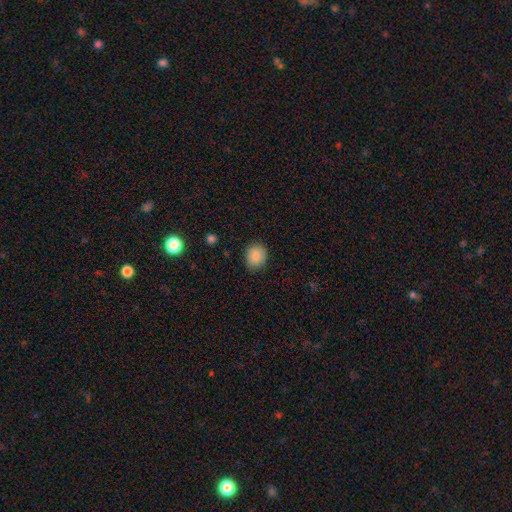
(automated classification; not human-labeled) Q: Smooth or featured?
A: smooth (88%); runner-up: star or artifact (8%)
Q: How rounded?
A: round (58%); runner-up: in between (41%)
Q: Merging?
A: none (83%); runner-up: minor disturbance (13%)